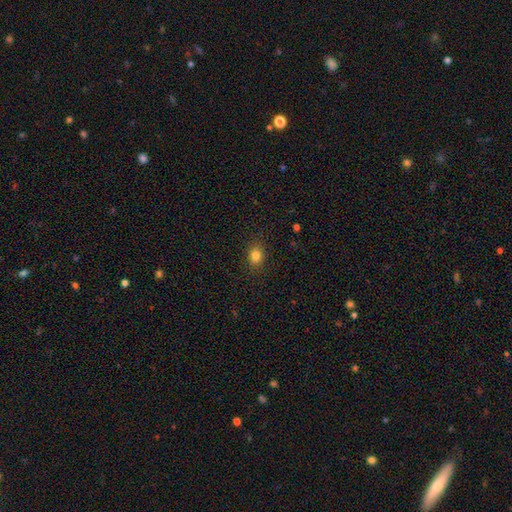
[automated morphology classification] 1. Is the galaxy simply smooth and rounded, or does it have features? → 82% smooth, 12% star or artifact, 6% featured or disk.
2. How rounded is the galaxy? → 54% in between, 45% round, 1% cigar-shaped.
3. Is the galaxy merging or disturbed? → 88% none, 9% minor disturbance, 2% major disturbance, 1% merger.